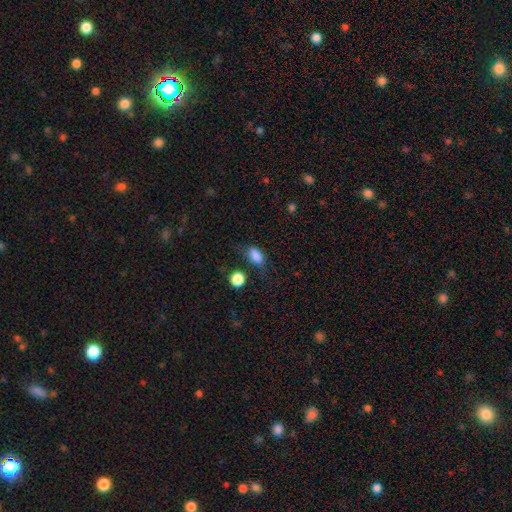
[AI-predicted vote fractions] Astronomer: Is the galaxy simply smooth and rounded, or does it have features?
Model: smooth — 84%.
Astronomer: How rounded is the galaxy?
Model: in between — 83%.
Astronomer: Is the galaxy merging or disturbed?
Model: none — 61%.